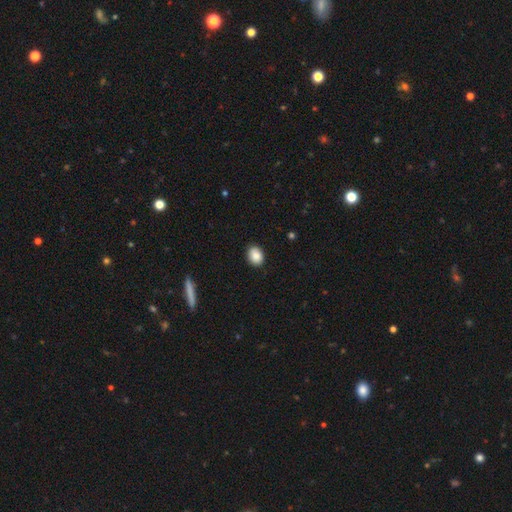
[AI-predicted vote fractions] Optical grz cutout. It shows a smooth galaxy with no disk features (87%) that is in between round and cigar-shaped (62%). Merging: none (88%).